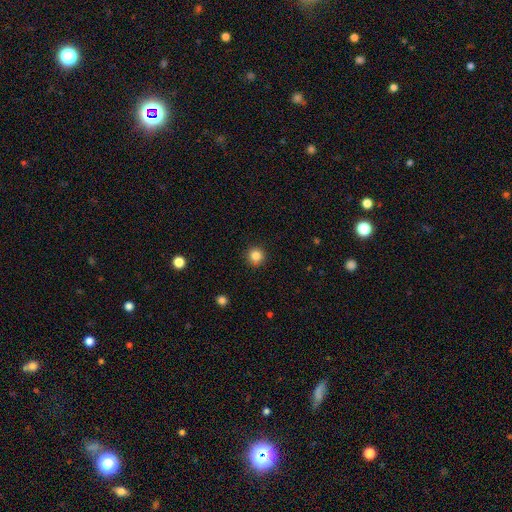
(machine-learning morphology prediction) The model was most divided on "smooth or featured": smooth: 84%, star or artifact: 11%, featured or disk: 4%. More confident: how rounded — round (95%); merging — none (92%).